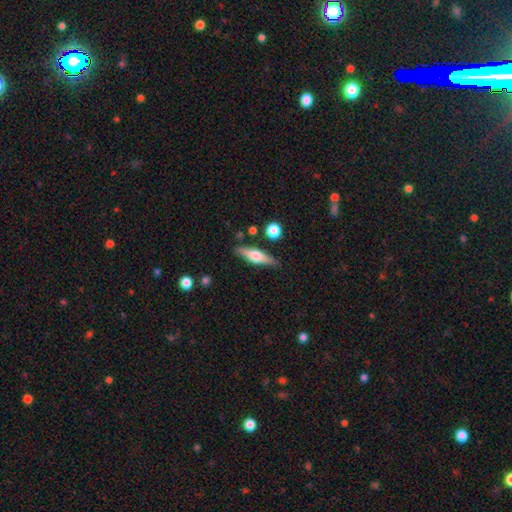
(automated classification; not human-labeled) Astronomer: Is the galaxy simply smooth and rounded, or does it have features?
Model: featured or disk — 49% (runner-up: smooth, 44%).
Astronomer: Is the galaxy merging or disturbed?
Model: none — 82%.